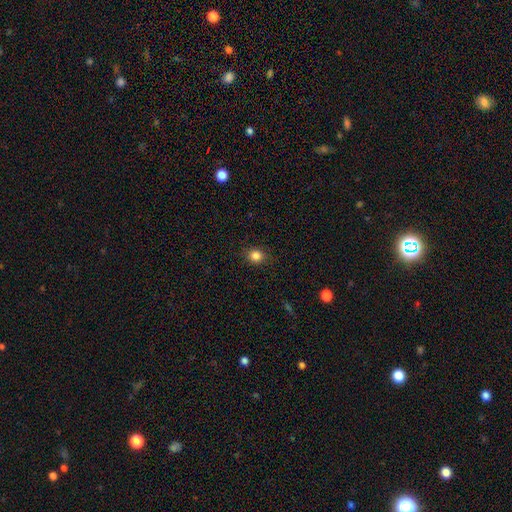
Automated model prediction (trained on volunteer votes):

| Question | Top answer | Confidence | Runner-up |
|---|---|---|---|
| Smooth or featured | smooth | 84% | star or artifact (11%) |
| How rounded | round | 77% | in between (22%) |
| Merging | none | 86% | minor disturbance (10%) |